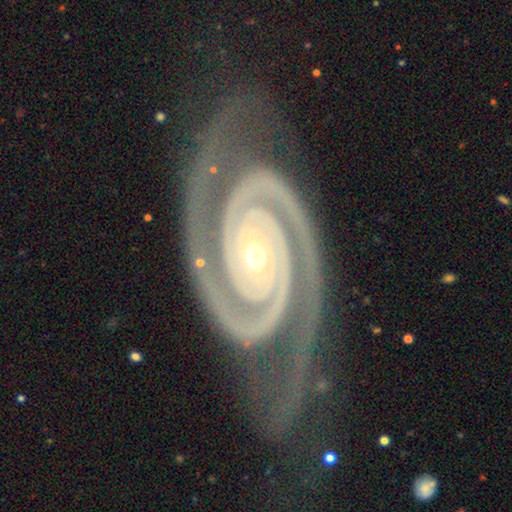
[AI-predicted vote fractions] Smooth or featured? featured or disk (94%)
Edge-on disk? no (98%)
Bar? no (71%)
Spiral arms? yes (99%)
Spiral winding? tight (80%)
Spiral arm count? 2 (91%)
Bulge size? small (71%)
Merging? none (74%)